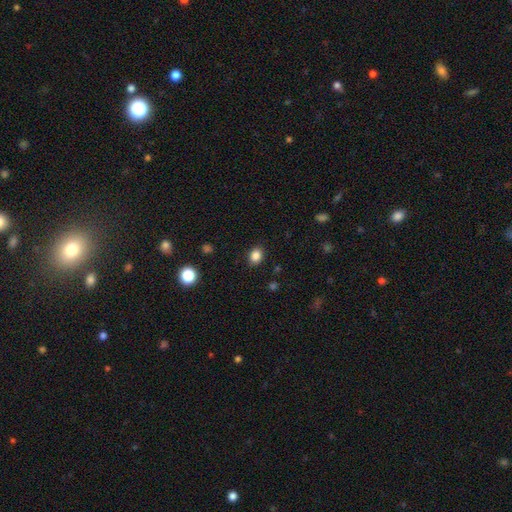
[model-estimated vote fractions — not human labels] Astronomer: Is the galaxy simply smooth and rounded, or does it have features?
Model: smooth — 86%.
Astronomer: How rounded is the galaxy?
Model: in between — 58% (runner-up: round, 41%).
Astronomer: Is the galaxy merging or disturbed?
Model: none — 89%.